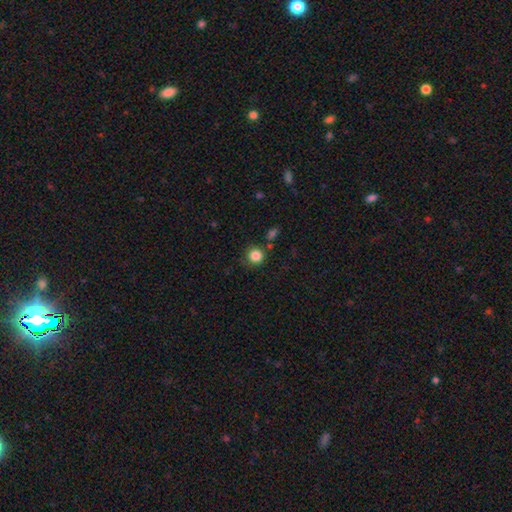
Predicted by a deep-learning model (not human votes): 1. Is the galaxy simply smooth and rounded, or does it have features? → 85% smooth, 11% star or artifact, 4% featured or disk.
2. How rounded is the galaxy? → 91% round, 8% in between, 1% cigar-shaped.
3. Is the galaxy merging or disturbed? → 80% none, 11% minor disturbance, 5% merger, 4% major disturbance.